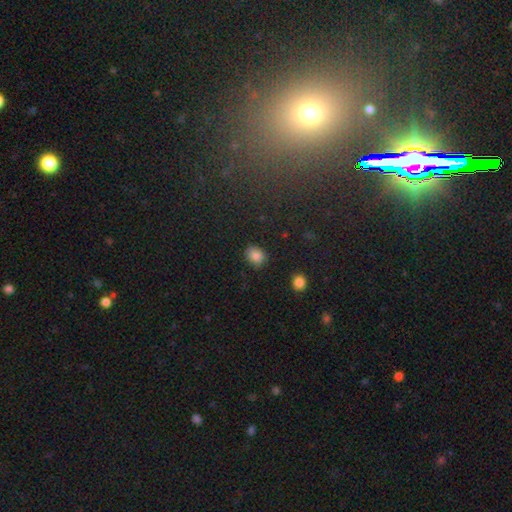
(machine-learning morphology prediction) Smooth or featured? Predicted: smooth (p=0.85). How rounded? Predicted: round (p=0.57). Merging? Predicted: none (p=0.82).